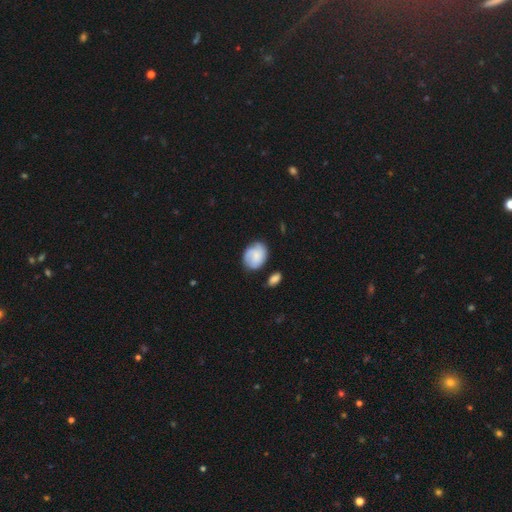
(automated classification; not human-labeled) The model was most divided on "how rounded": in between: 52%, round: 47%, cigar-shaped: 1%. More confident: merging — none (66%); smooth or featured — smooth (57%).